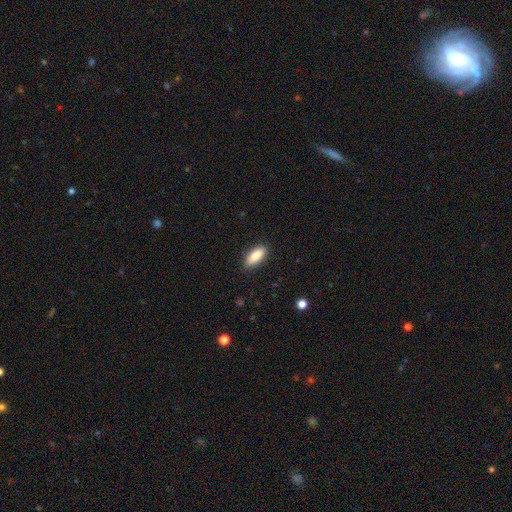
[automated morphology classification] Smooth or featured?
  - smooth: 86% *
  - featured or disk: 8%
  - star or artifact: 6%
How rounded?
  - in between: 78% *
  - cigar-shaped: 20%
  - round: 2%
Merging?
  - none: 87% *
  - minor disturbance: 10%
  - major disturbance: 2%
  - merger: 1%